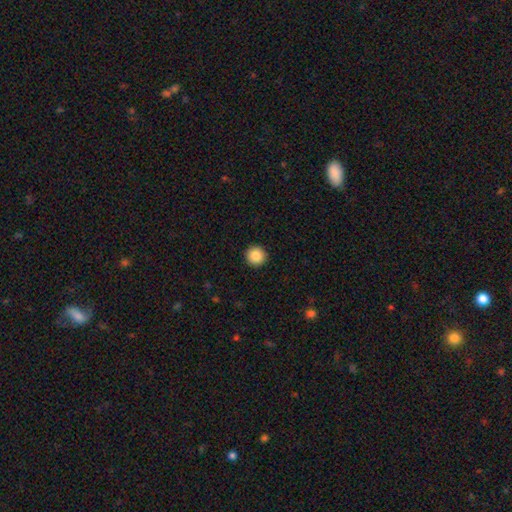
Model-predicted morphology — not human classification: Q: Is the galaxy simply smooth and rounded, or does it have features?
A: smooth — 87%.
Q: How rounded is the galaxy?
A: round — 96%.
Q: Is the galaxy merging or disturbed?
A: none — 94%.